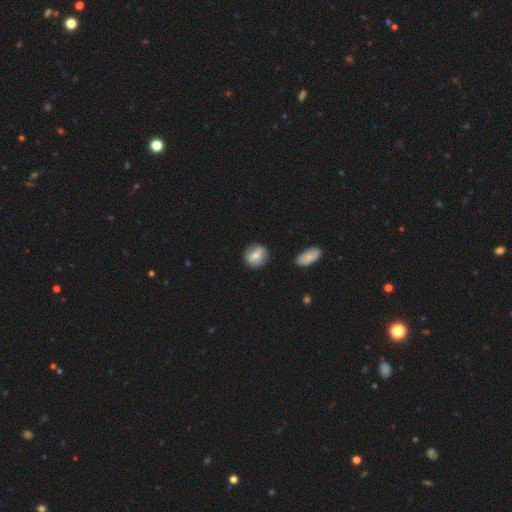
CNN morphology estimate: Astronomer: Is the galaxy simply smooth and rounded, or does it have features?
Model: smooth — 64%.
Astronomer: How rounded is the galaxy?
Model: round — 72%.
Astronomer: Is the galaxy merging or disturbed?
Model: none — 84%.